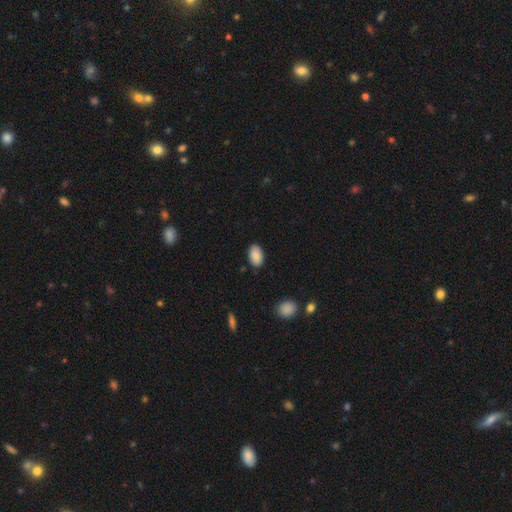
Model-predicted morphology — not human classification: Overall: smooth (88%). How rounded: in between (92%). Merging: none (86%).